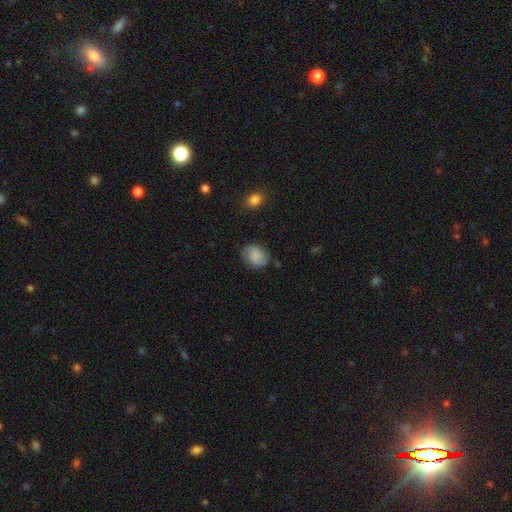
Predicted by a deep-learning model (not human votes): smooth 70%, featured or disk 21%, star or artifact 9%. Down the decision tree: how rounded — in between (66%); merging — none (71%).